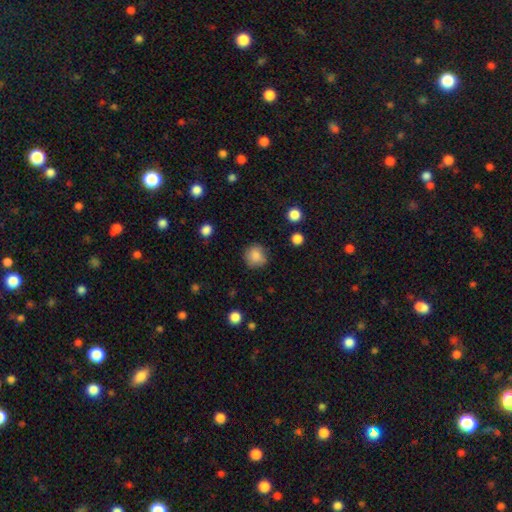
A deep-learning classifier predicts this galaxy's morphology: type=smooth (83%); roundness=round (87%); merging=none (77%).